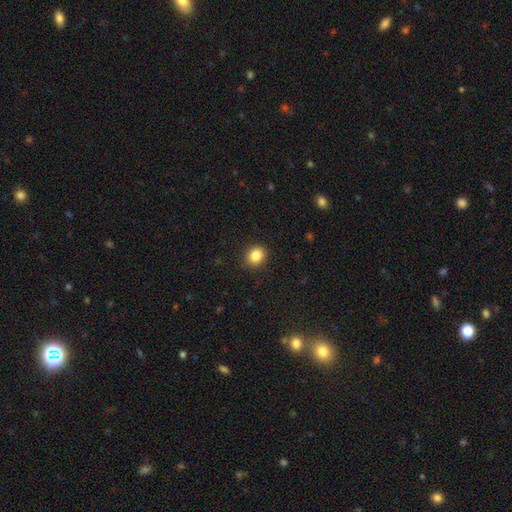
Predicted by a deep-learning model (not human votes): Smooth or featured? Predicted: smooth (p=0.85). How rounded? Predicted: round (p=0.70). Merging? Predicted: none (p=0.89).